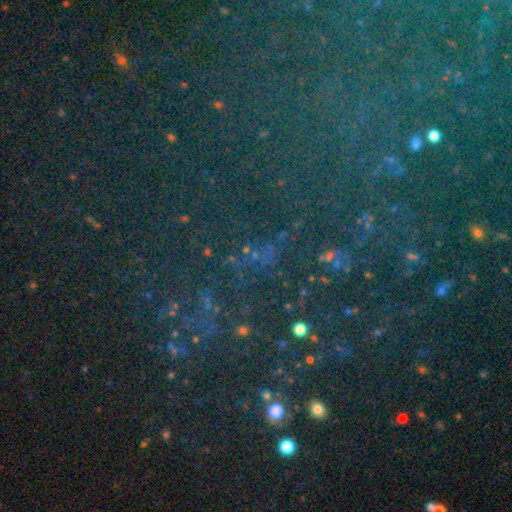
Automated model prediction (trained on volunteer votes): Smooth or featured?
  - star or artifact: 78% *
  - smooth: 13%
  - featured or disk: 9%